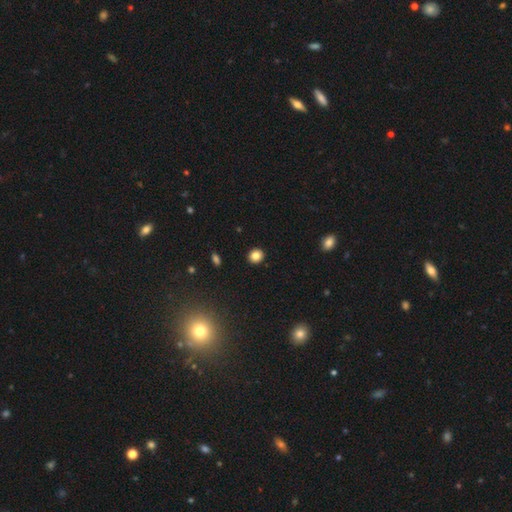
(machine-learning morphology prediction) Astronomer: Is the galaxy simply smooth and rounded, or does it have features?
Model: smooth — 84%.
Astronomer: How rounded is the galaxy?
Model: round — 76%.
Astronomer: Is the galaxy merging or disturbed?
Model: none — 91%.